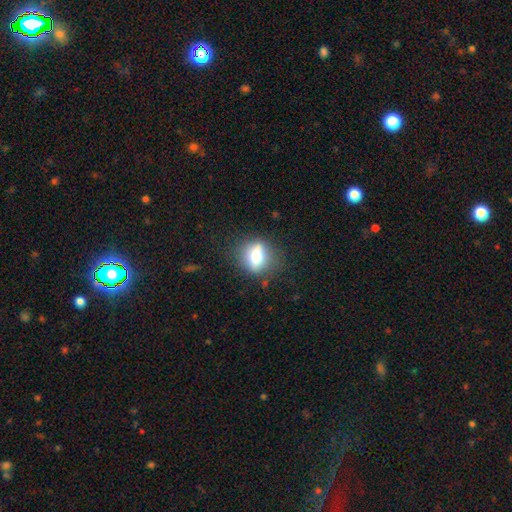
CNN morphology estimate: The model was most divided on "how rounded": in between: 47%, round: 46%, cigar-shaped: 8%. More confident: merging — none (77%); smooth or featured — smooth (59%).